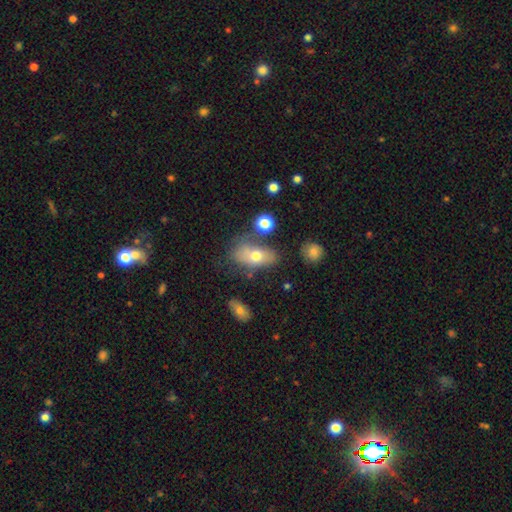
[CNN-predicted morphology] A smooth galaxy with no disk features (65%) that is in between round and cigar-shaped (84%). Merging: none (43%).